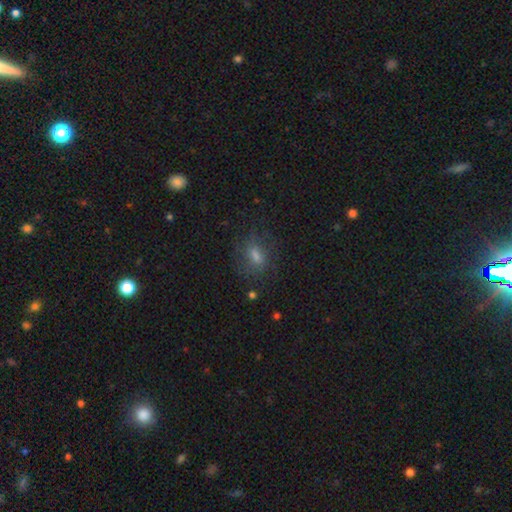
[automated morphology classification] Smooth or featured?
  - smooth: 55% *
  - featured or disk: 26%
  - star or artifact: 19%
How rounded?
  - in between: 68% *
  - round: 26%
  - cigar-shaped: 7%
Merging?
  - none: 70% *
  - minor disturbance: 17%
  - major disturbance: 11%
  - merger: 2%